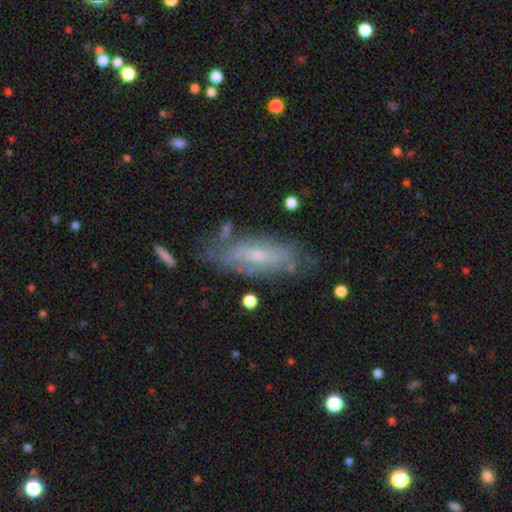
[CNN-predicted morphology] A featured or disk galaxy (57%).

Vote fractions:
- Smooth or featured? featured or disk: 57% / smooth: 35% / star or artifact: 7%
- Edge-on disk? no: 75% / yes: 25%
- Merging? none: 61% / minor disturbance: 24% / major disturbance: 10% / merger: 5%